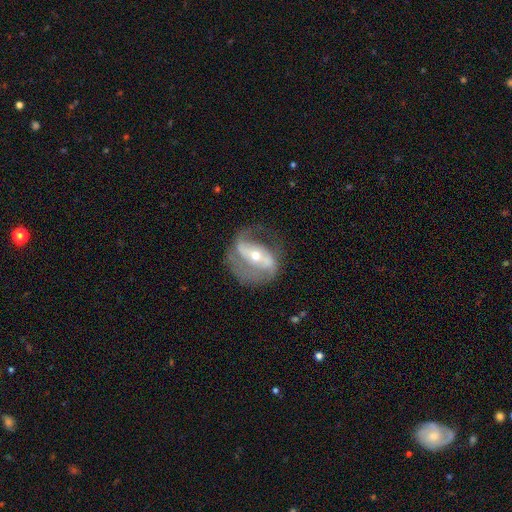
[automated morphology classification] type=featured or disk (84%); edge-on=no (95%); bar=strong (53%); spiral arms=yes (88%); winding=medium (46%); arm count=2 (78%); bulge=small (50%); merging=none (59%).